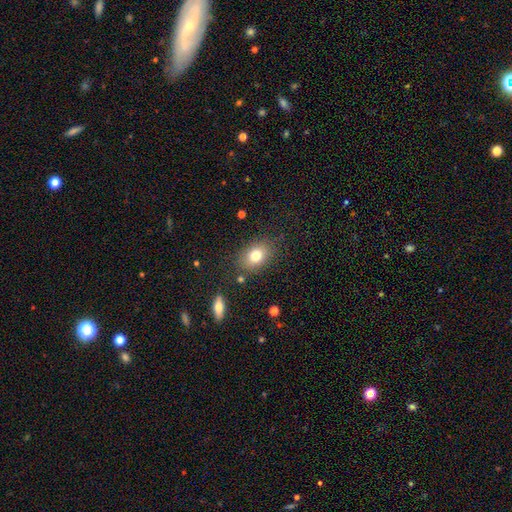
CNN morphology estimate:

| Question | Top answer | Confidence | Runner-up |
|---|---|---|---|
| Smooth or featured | smooth | 78% | featured or disk (12%) |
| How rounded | in between | 71% | round (28%) |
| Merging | none | 82% | minor disturbance (12%) |